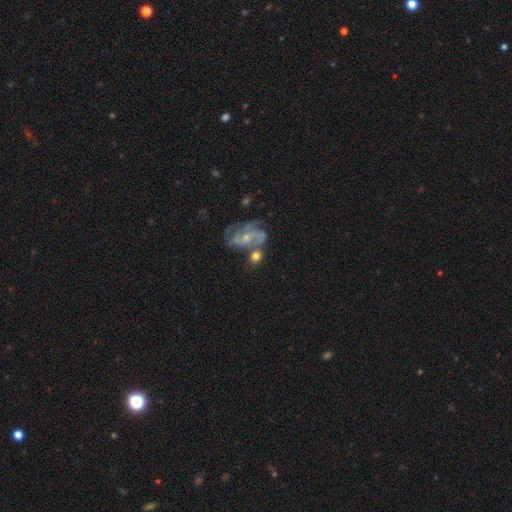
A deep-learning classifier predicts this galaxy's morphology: This is possibly a featured or disk galaxy (60%). It is clearly not viewed edge-on (96%). Bar: possibly no (60%). Spiral arm pattern: clearly yes (84%). Central bulge: possibly small (58%). Merging: marginally none (43%).